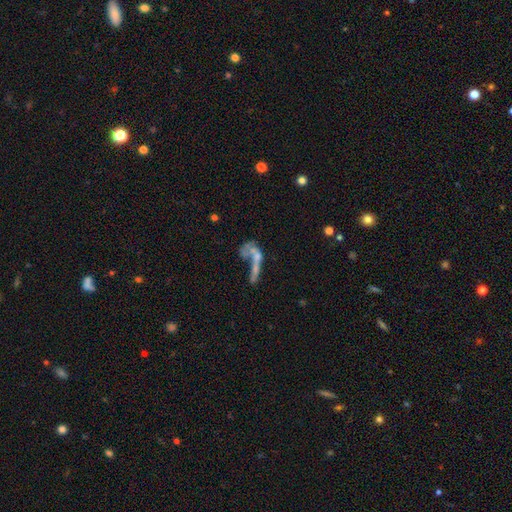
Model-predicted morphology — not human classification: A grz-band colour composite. It shows a featured or disk galaxy (51%). Merging: merger (42%).